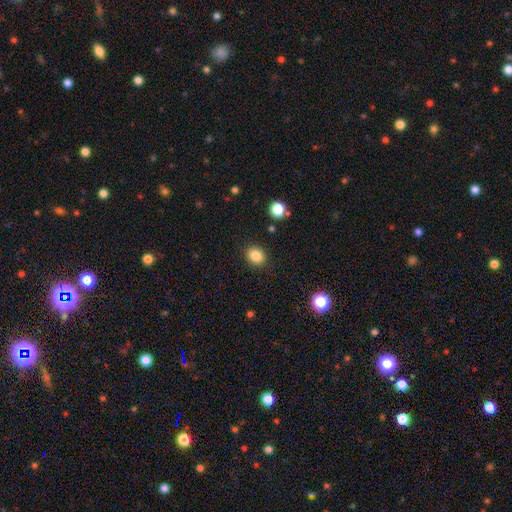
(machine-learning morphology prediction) Smooth or featured: smooth — 84% (star or artifact — 10%)
How rounded: round — 62% (in between — 37%)
Merging: none — 89% (minor disturbance — 7%)